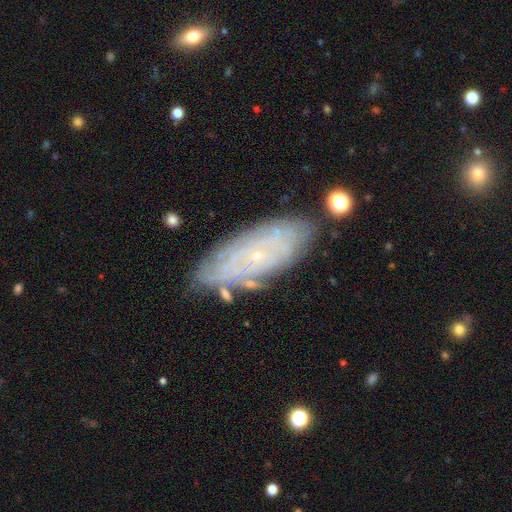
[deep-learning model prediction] A featured or disk galaxy (71%) with no bar (81%), spiral arms (81%) and a small central bulge (89%). Merging: none (80%).